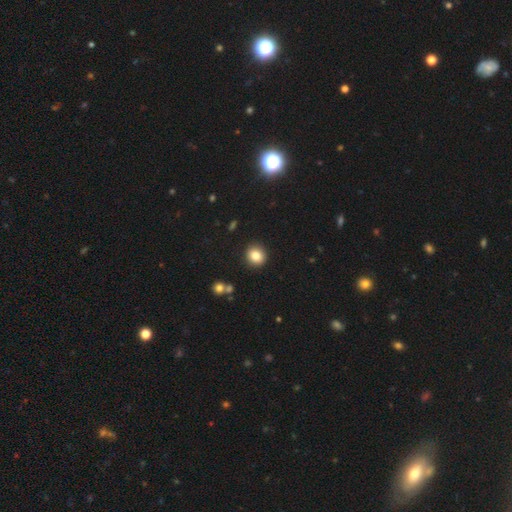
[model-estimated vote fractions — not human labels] Smooth or featured? smooth (84%)
How rounded? round (84%)
Merging? none (91%)